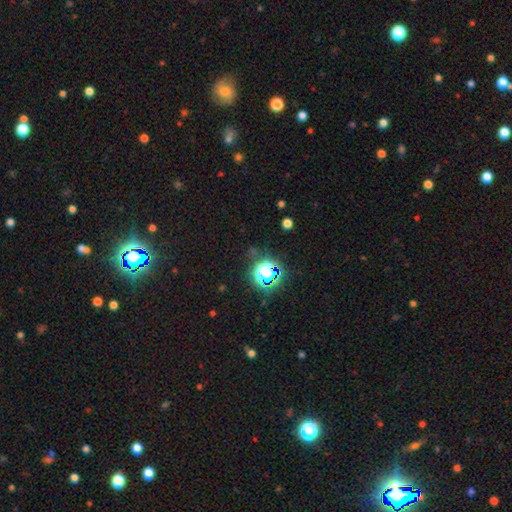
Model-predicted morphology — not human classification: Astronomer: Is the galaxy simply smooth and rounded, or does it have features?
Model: star or artifact — 72%.